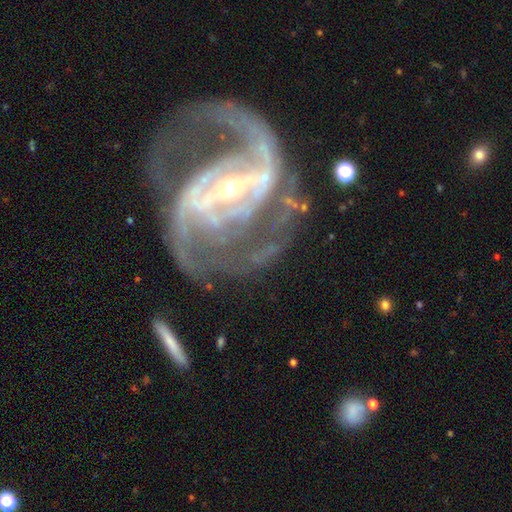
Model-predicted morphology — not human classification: A featured or disk galaxy (92%) with a strong bar (70%), 2 (67%) medium (54%) spiral arms (97%) and a small central bulge (74%). Merging: none (54%).